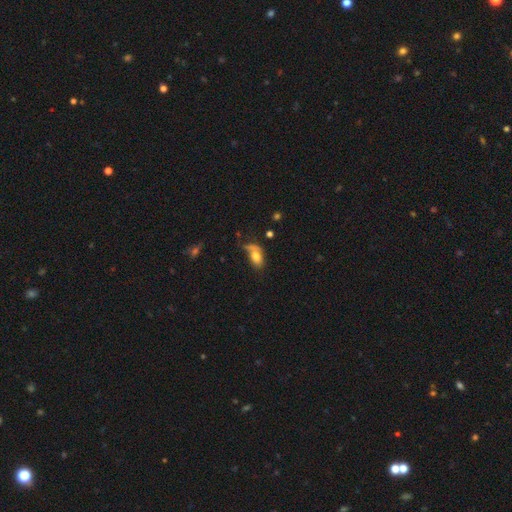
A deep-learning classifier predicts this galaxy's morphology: This is likely a smooth galaxy (72%). How rounded: clearly in between (87%). Merging: marginally none (35%).